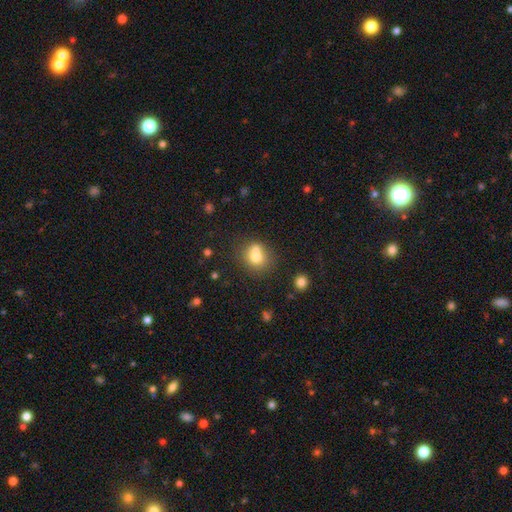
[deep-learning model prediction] Overall: smooth (71%). How rounded: round (72%). Merging: merger (43%; none 40%).